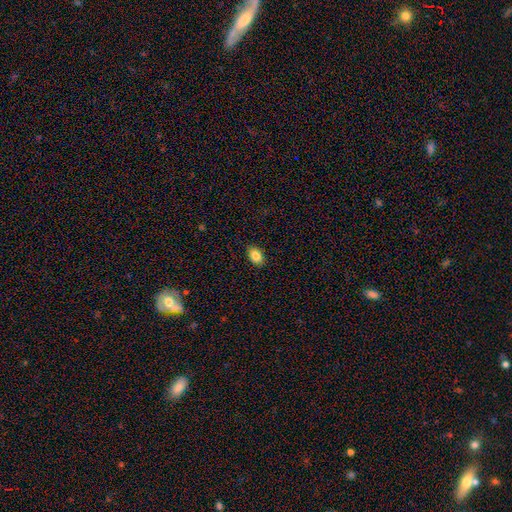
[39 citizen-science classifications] smooth 90%, featured or disk 8%, star or artifact 3%. Down the decision tree: how rounded — in between (89%); merging — none (100%).